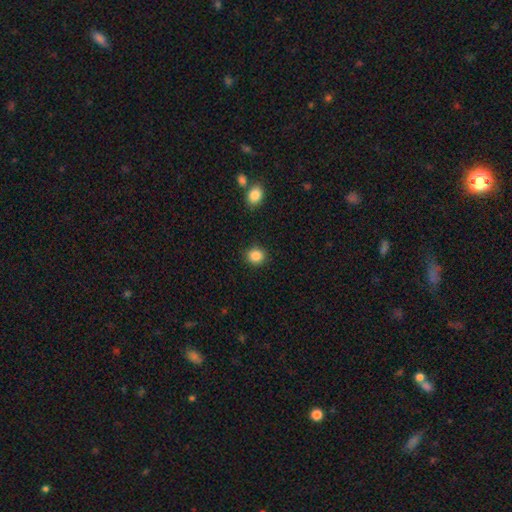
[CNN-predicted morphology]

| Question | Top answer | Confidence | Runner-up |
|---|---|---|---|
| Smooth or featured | smooth | 87% | star or artifact (10%) |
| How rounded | round | 85% | in between (14%) |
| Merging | none | 91% | minor disturbance (6%) |